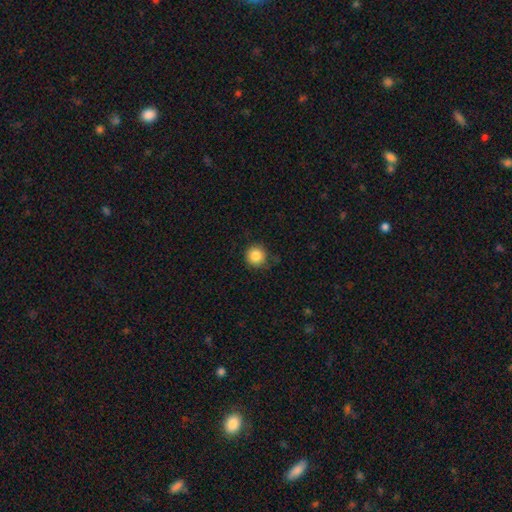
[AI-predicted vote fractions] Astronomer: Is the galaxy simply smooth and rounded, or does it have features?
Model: smooth — 85%.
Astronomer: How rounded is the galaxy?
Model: round — 95%.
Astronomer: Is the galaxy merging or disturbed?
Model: none — 84%.